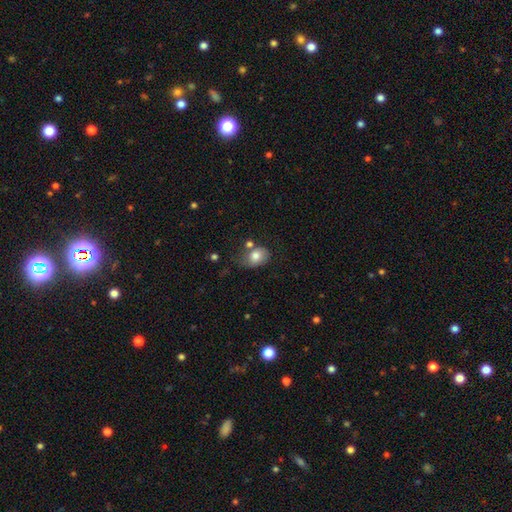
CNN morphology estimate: The model was most divided on "merging": none: 47%, minor disturbance: 28%, merger: 14%, major disturbance: 11%. More confident: smooth or featured — smooth (77%); how rounded — in between (65%).